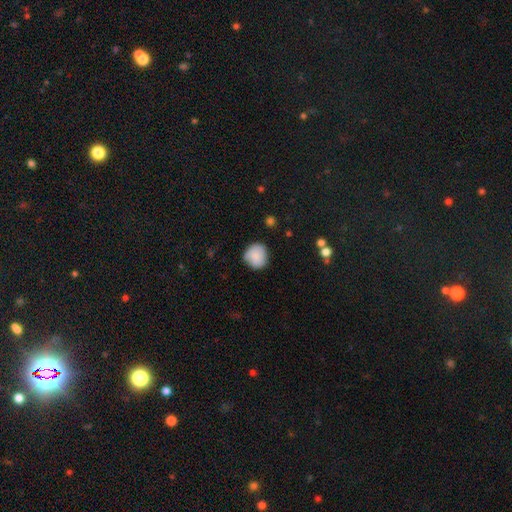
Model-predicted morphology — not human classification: This appears to be a smooth galaxy with no disk features (83%) that is round (84%). Merging: none (74%).